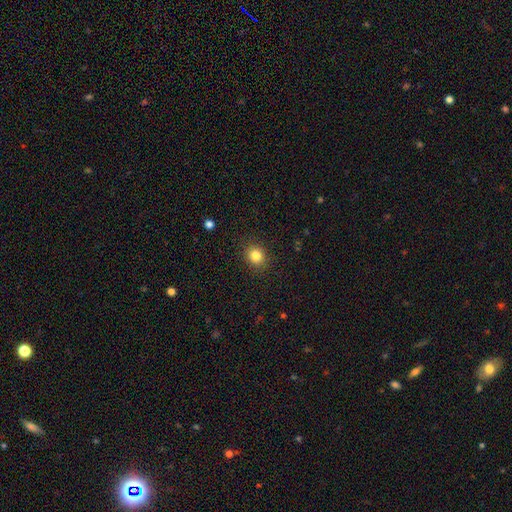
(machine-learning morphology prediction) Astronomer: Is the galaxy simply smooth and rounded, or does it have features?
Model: smooth — 84%.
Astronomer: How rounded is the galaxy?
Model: round — 77%.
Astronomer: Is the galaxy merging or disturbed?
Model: none — 89%.